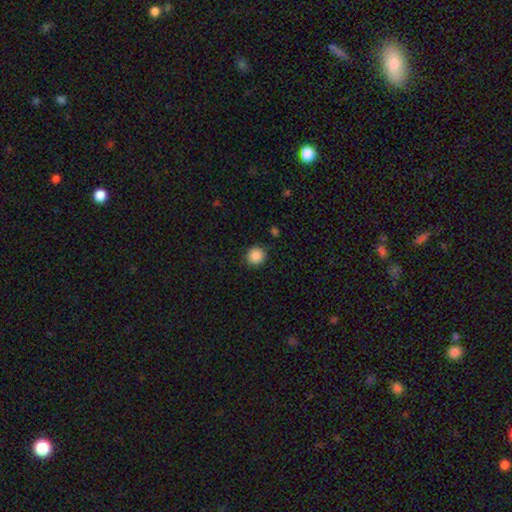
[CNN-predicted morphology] Smooth or featured? Predicted: smooth (p=0.88). How rounded? Predicted: round (p=0.93). Merging? Predicted: none (p=0.90).